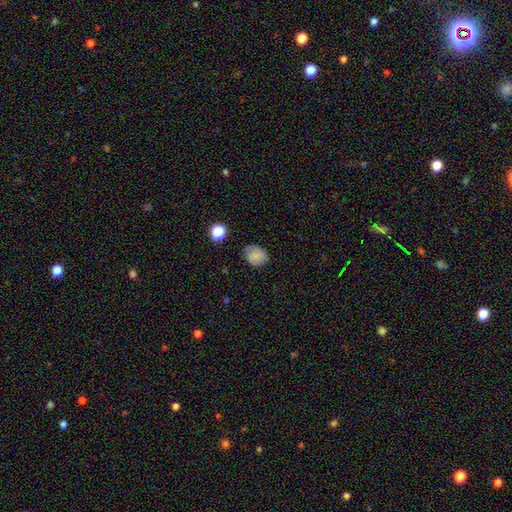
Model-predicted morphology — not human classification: A smooth galaxy with no disk features (75%) that is round (58%). Merging: none (75%).